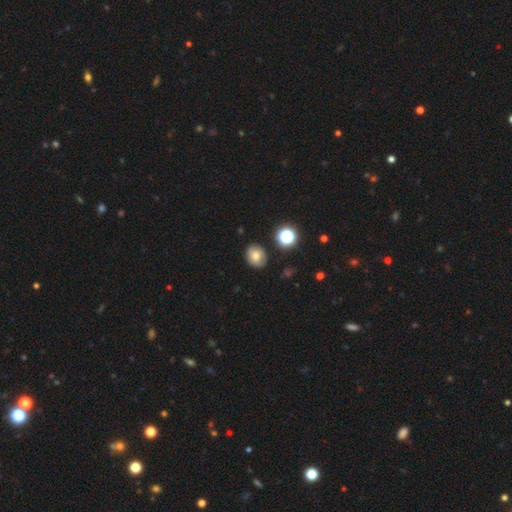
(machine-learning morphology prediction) Smooth or featured? smooth (72%)
How rounded? round (57%)
Merging? none (84%)